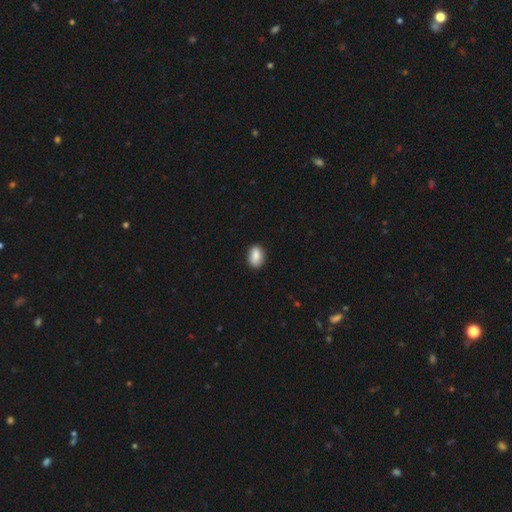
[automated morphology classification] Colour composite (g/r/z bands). It shows a smooth galaxy with no disk features (87%) that is in between round and cigar-shaped (80%). Merging: none (85%).